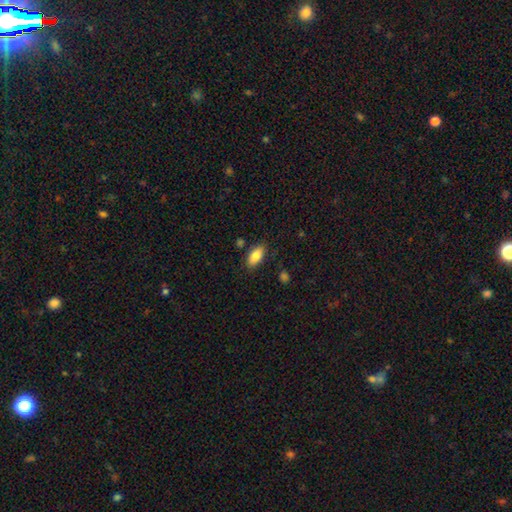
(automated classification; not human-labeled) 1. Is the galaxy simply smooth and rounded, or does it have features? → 83% smooth, 9% featured or disk, 7% star or artifact.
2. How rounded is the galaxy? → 90% in between, 7% cigar-shaped, 3% round.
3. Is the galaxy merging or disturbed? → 84% none, 11% minor disturbance, 3% merger, 2% major disturbance.